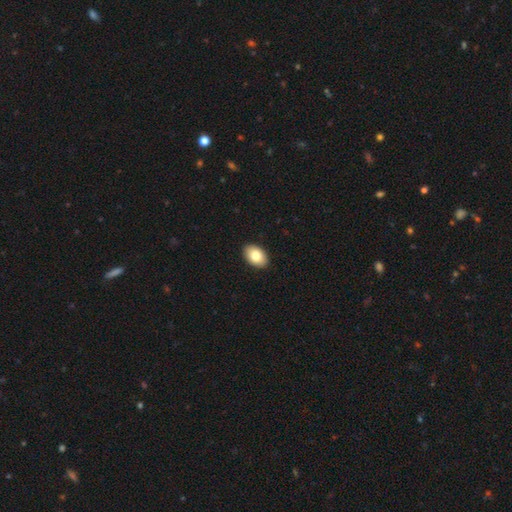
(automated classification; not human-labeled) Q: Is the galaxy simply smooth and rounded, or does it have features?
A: smooth — 84%.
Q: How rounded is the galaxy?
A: in between — 90%.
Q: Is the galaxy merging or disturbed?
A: none — 91%.